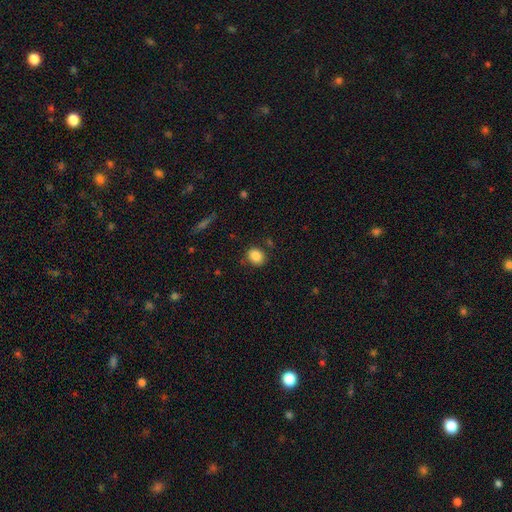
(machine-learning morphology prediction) Q: Smooth or featured?
A: smooth (86%); runner-up: star or artifact (9%)
Q: How rounded?
A: round (61%); runner-up: in between (38%)
Q: Merging?
A: none (83%); runner-up: minor disturbance (11%)